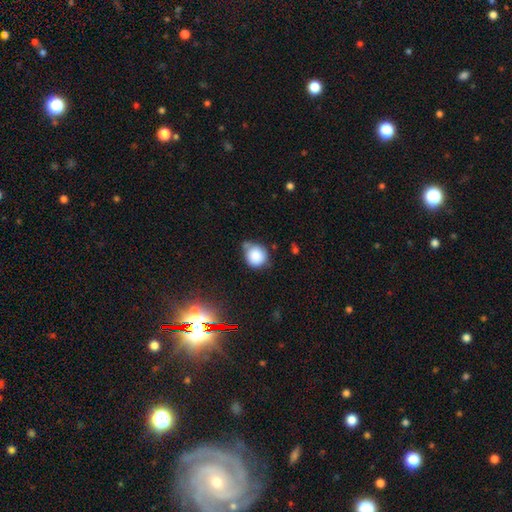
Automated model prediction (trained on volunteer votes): A smooth galaxy with no disk features (84%) that is round (85%). Merging: none (48%).